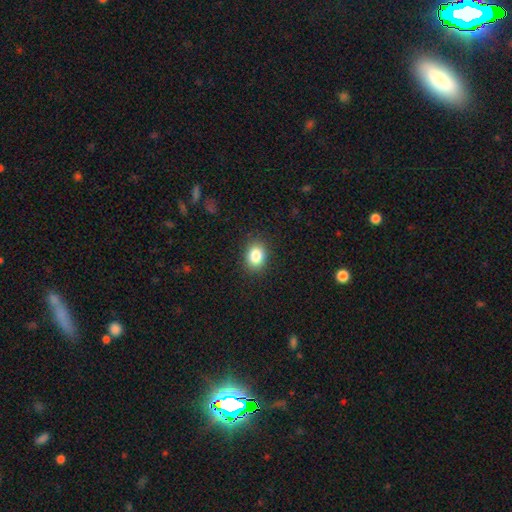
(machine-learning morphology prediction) Smooth or featured? smooth (85%)
How rounded? in between (62%)
Merging? none (88%)